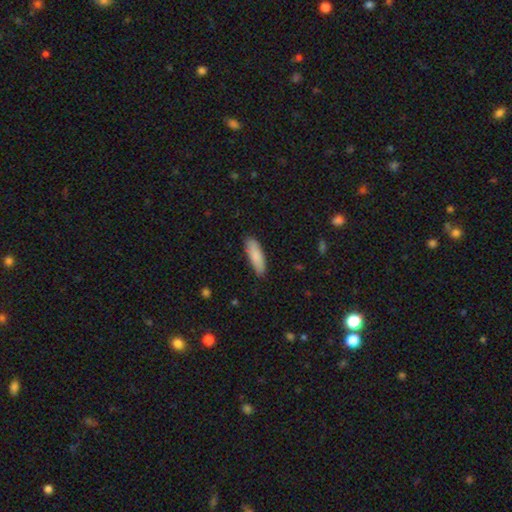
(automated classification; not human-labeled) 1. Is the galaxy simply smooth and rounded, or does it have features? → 86% smooth, 9% featured or disk, 6% star or artifact.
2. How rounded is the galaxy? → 51% cigar-shaped, 47% in between, 2% round.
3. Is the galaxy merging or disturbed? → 86% none, 11% minor disturbance, 2% major disturbance, 1% merger.